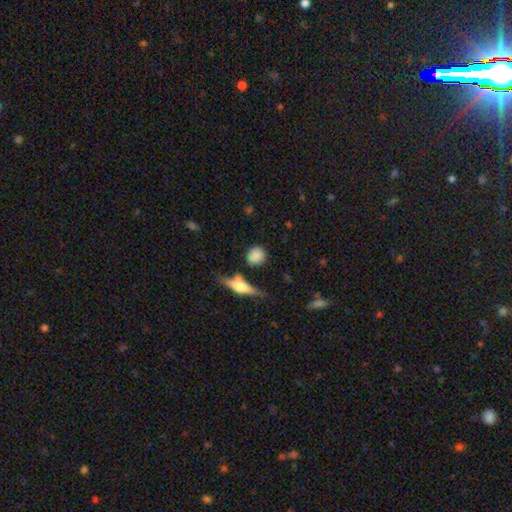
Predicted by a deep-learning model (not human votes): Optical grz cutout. It shows a smooth galaxy with no disk features (80%) that is round (86%). Merging: none (77%).